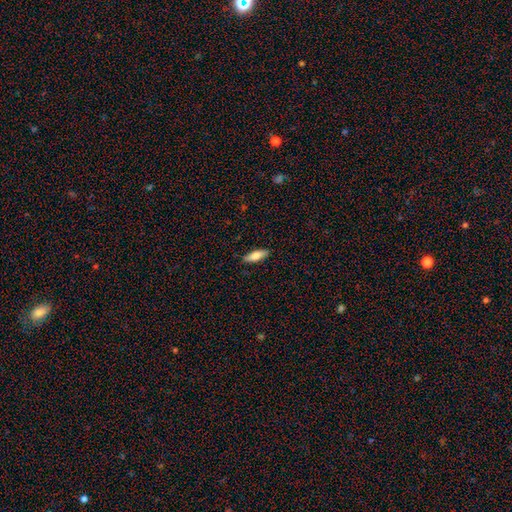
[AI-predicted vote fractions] Q: Smooth or featured?
A: smooth (79%); runner-up: featured or disk (15%)
Q: How rounded?
A: in between (60%); runner-up: cigar-shaped (38%)
Q: Merging?
A: none (87%); runner-up: minor disturbance (10%)